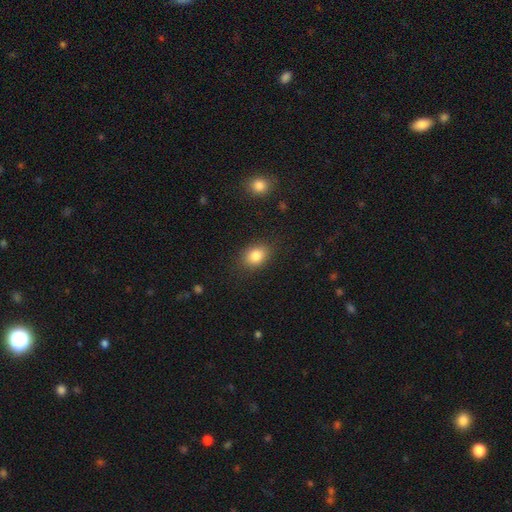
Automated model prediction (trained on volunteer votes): This is clearly a smooth galaxy (84%). How rounded: likely in between (66%). Merging: clearly none (84%).